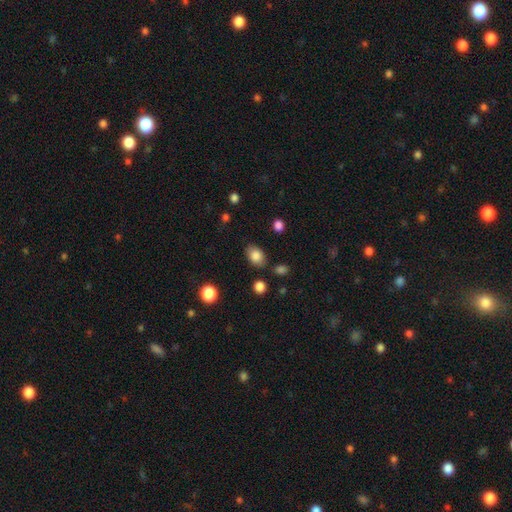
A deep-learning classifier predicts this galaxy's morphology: smooth-or-featured: smooth: 85% | star or artifact: 8% | featured or disk: 7%
  how-rounded: in between: 79% | round: 20% | cigar-shaped: 1%
  merging: none: 78% | minor disturbance: 14% | major disturbance: 4% | merger: 4%